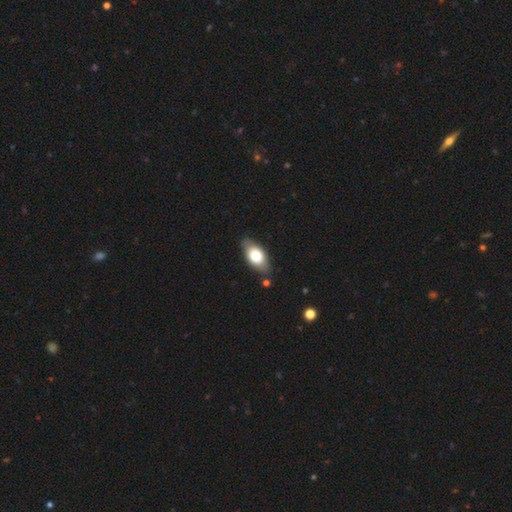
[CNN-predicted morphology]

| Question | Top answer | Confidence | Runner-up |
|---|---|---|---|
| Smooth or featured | smooth | 67% | featured or disk (26%) |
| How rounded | in between | 89% | cigar-shaped (6%) |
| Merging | none | 79% | minor disturbance (15%) |